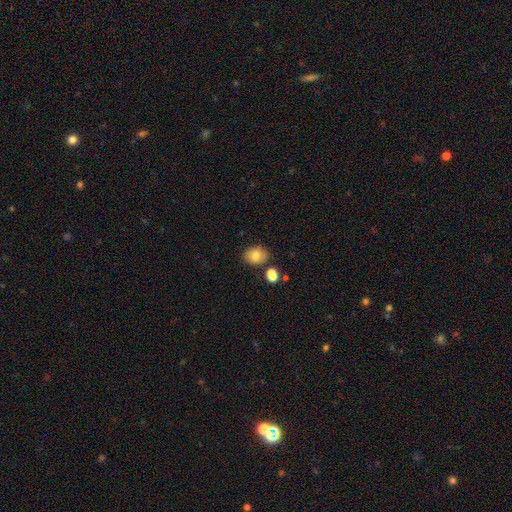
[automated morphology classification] A smooth galaxy with no disk features (80%) that is in between round and cigar-shaped (58%). Merging: none (75%).